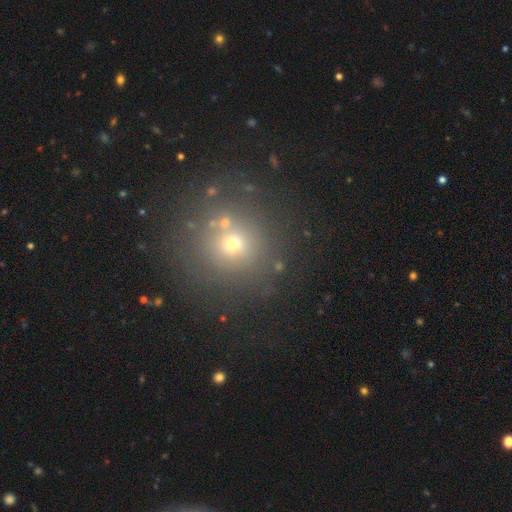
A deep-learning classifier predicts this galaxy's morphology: smooth 51%, star or artifact 37%, featured or disk 12%. Down the decision tree: how rounded — round (92%); merging — none (78%).